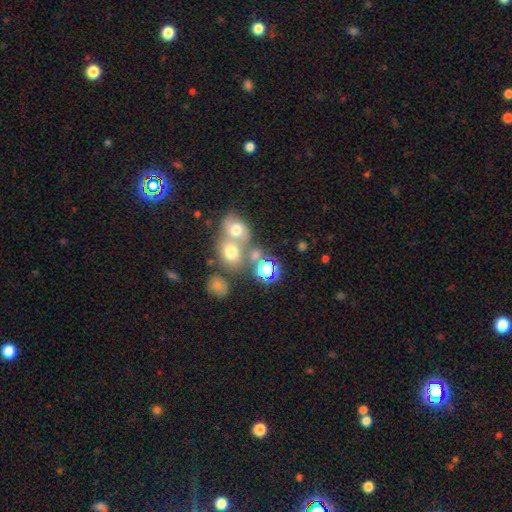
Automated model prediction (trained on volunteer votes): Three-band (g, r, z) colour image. It shows a smooth galaxy with no disk features (62%) that is round (63%). Merging: merger (46%).